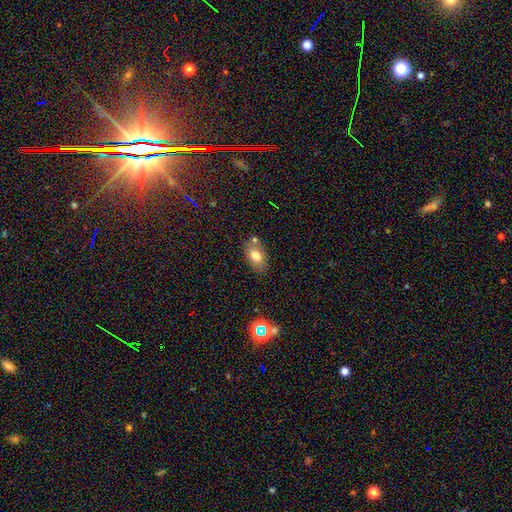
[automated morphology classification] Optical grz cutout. It shows a smooth galaxy with no disk features (75%) that is in between round and cigar-shaped (84%). Merging: none (71%).